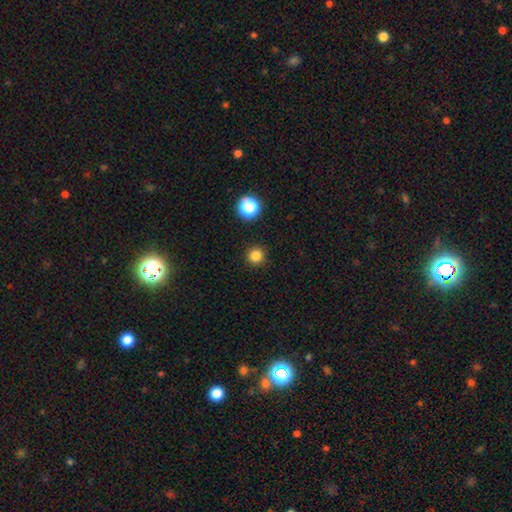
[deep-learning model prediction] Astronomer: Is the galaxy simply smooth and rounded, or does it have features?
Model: smooth — 82%.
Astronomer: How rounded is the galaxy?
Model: round — 95%.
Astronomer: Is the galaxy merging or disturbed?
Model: none — 92%.